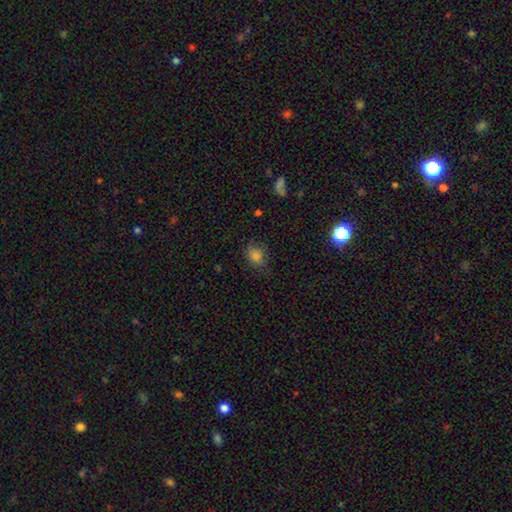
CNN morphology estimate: Smooth or featured? smooth (79%)
How rounded? in between (54%)
Merging? none (74%)